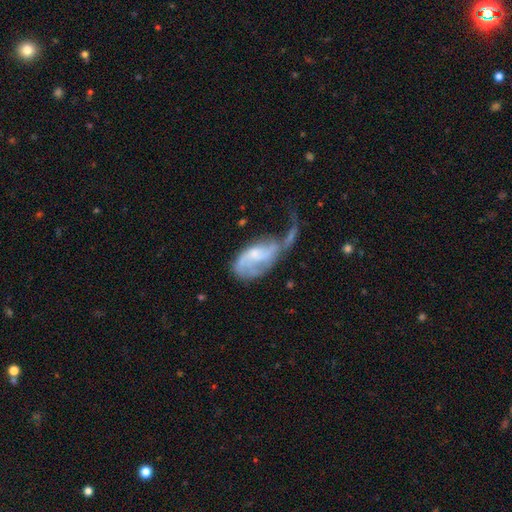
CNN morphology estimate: Q: Smooth or featured?
A: featured or disk (70%); runner-up: smooth (22%)
Q: Edge-on disk?
A: no (96%); runner-up: yes (4%)
Q: Bar?
A: no (62%); runner-up: weak (32%)
Q: Spiral arms?
A: yes (78%); runner-up: no (22%)
Q: Spiral winding?
A: loose (53%); runner-up: medium (31%)
Q: Spiral arm count?
A: 2 (42%); runner-up: can't tell (23%)
Q: Bulge size?
A: small (49%); runner-up: moderate (25%)
Q: Merging?
A: major disturbance (51%); runner-up: merger (18%)